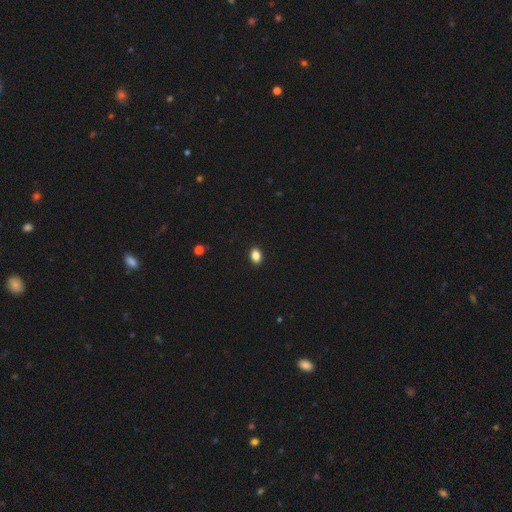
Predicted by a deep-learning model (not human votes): Overall: smooth (86%). How rounded: in between (81%). Merging: none (91%).